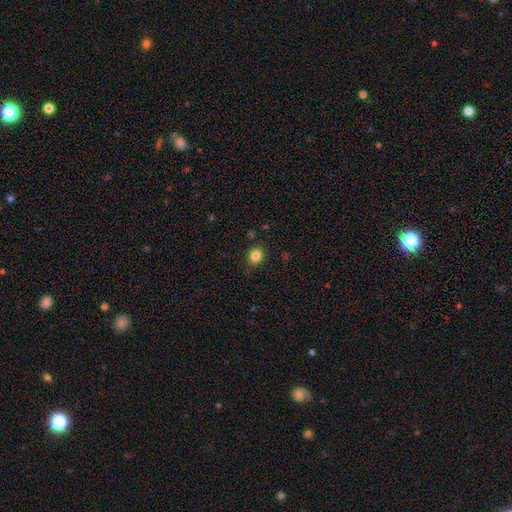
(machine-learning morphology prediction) The model was most divided on "how rounded": round: 56%, in between: 43%, cigar-shaped: 1%. More confident: smooth or featured — smooth (84%); merging — none (84%).